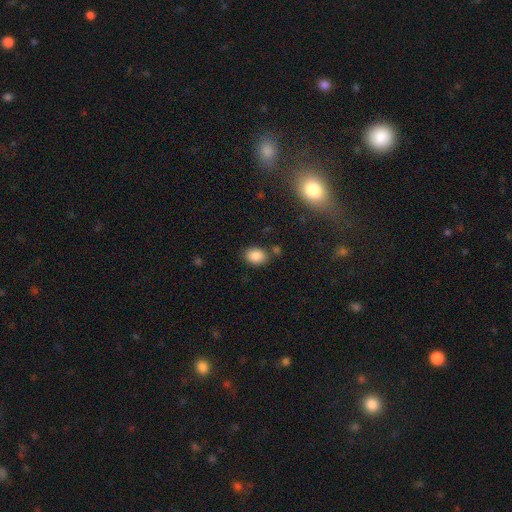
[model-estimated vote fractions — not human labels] Smooth or featured? smooth (86%)
How rounded? in between (73%)
Merging? none (79%)